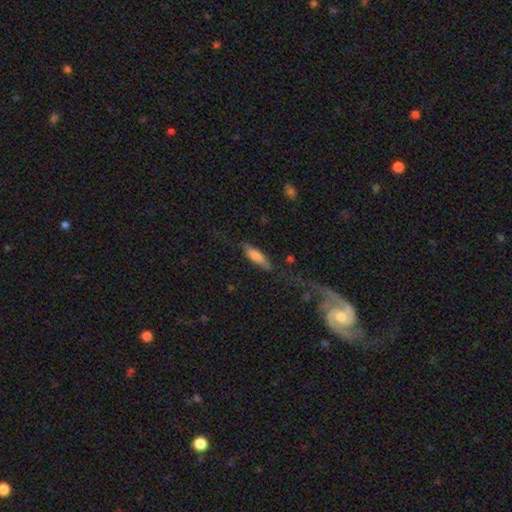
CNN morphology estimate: Smooth or featured?
  - smooth: 70% *
  - featured or disk: 24%
  - star or artifact: 6%
How rounded?
  - cigar-shaped: 59% *
  - in between: 39%
  - round: 2%
Merging?
  - none: 64% *
  - minor disturbance: 19%
  - major disturbance: 13%
  - merger: 3%